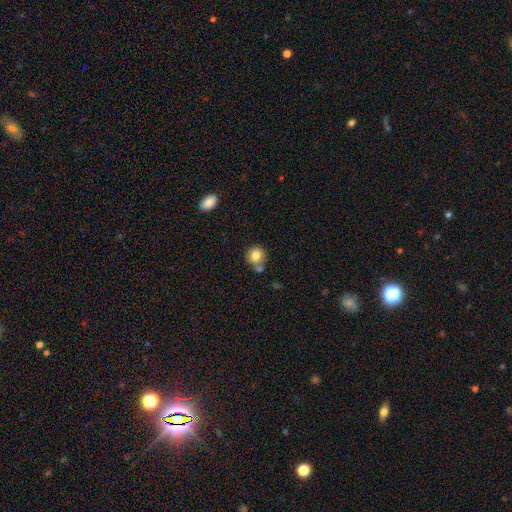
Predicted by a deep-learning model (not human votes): This is likely a smooth galaxy (80%). How rounded: clearly round (89%). Merging: likely none (62%).